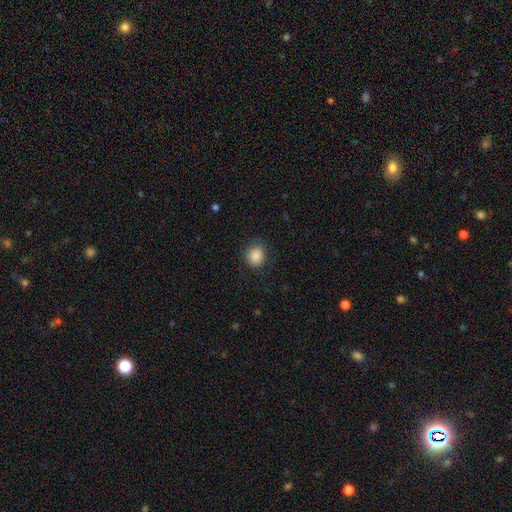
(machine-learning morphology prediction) type=smooth (87%); roundness=round (71%); merging=none (81%).